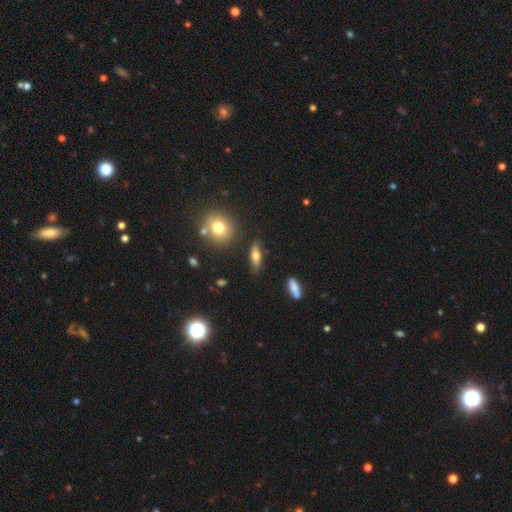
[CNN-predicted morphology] Smooth or featured? smooth (56%)
How rounded? in between (50%)
Merging? none (79%)